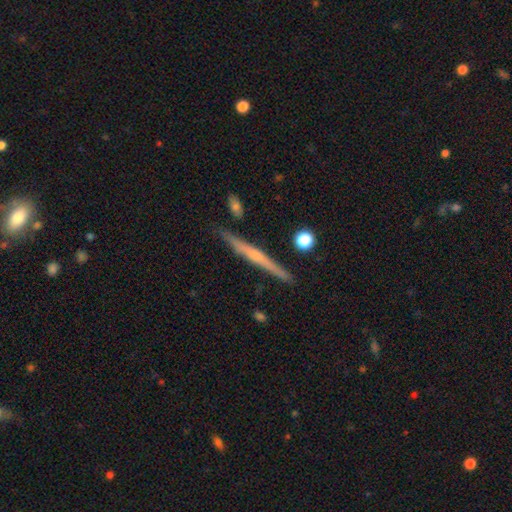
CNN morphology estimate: Smooth or featured?
  - featured or disk: 66% *
  - smooth: 28%
  - star or artifact: 6%
Edge-on disk?
  - yes: 98% *
  - no: 2%
Edge-on bulge?
  - rounded: 54% *
  - none: 37%
  - boxy: 9%
Merging?
  - none: 87% *
  - minor disturbance: 8%
  - merger: 3%
  - major disturbance: 2%